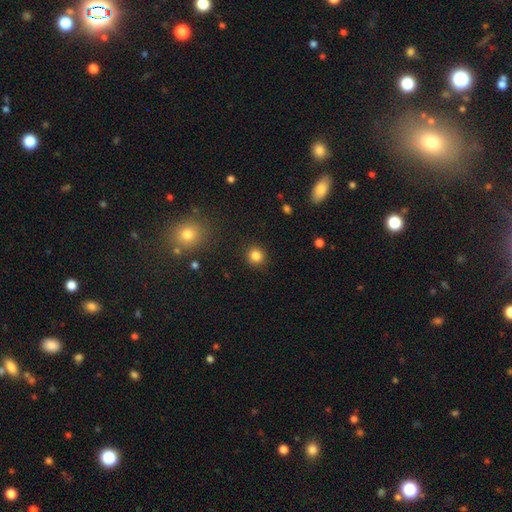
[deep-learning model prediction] Smooth or featured: smooth — 84% (star or artifact — 12%)
How rounded: round — 91% (in between — 8%)
Merging: none — 91% (minor disturbance — 6%)